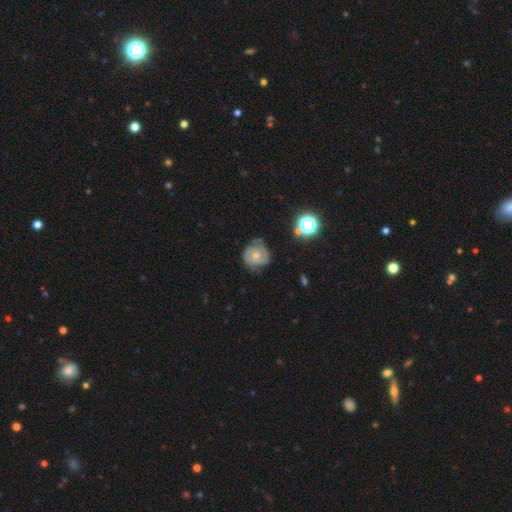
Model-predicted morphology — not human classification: smooth_or_featured: featured or disk (p=0.65) [alt: smooth p=0.26]
disk_edge_on: no (p=0.98) [alt: yes p=0.02]
bar: no (p=0.78) [alt: weak p=0.18]
has_spiral_arms: yes (p=0.87) [alt: no p=0.13]
spiral_winding: tight (p=0.54) [alt: medium p=0.36]
spiral_arm_count: 2 (p=0.37) [alt: can't tell p=0.26]
bulge_size: moderate (p=0.50) [alt: small p=0.45]
merging: none (p=0.58) [alt: minor disturbance p=0.29]